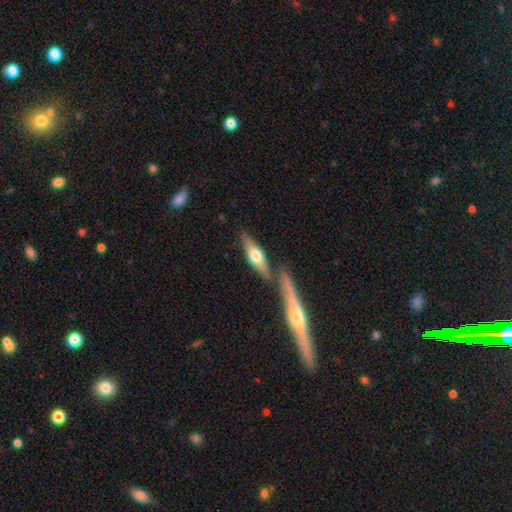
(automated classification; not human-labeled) A smooth galaxy with no disk features (49%). Merging: none (65%).